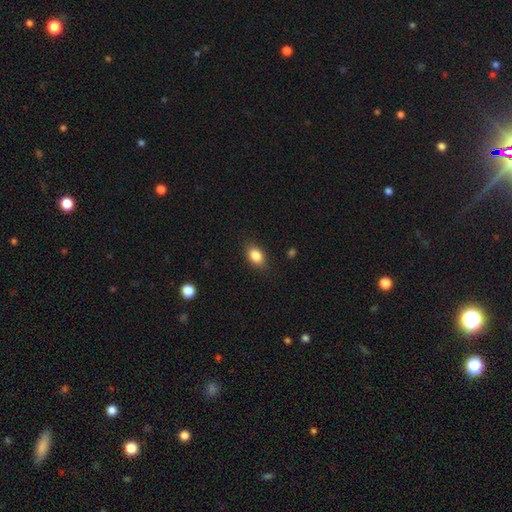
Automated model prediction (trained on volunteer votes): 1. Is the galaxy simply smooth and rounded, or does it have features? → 85% smooth, 8% star or artifact, 6% featured or disk.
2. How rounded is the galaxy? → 82% in between, 16% round, 2% cigar-shaped.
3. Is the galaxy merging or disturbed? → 86% none, 11% minor disturbance, 3% major disturbance, 1% merger.